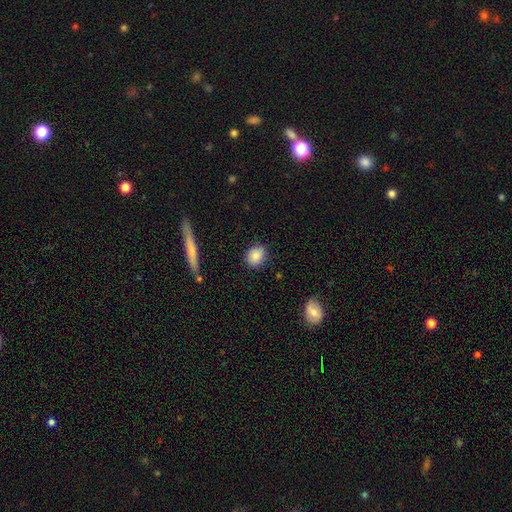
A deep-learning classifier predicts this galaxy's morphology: Smooth or featured: smooth — 85% (star or artifact — 8%)
How rounded: round — 63% (in between — 35%)
Merging: none — 85% (minor disturbance — 11%)